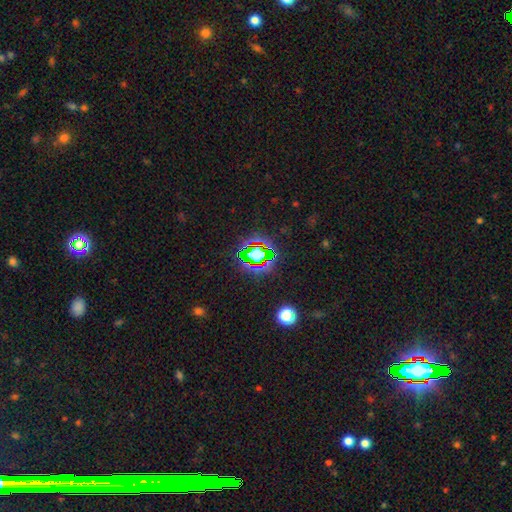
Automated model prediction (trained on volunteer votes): This is likely a star or artifact rather than a galaxy (67%).